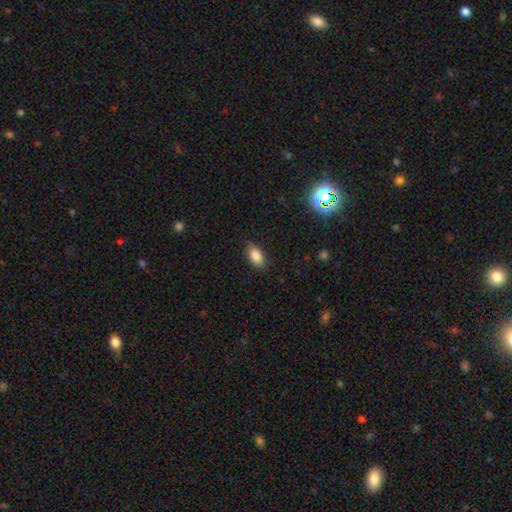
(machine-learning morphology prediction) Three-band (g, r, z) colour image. It shows a smooth galaxy with no disk features (86%) that is in between round and cigar-shaped (90%). Merging: none (79%).